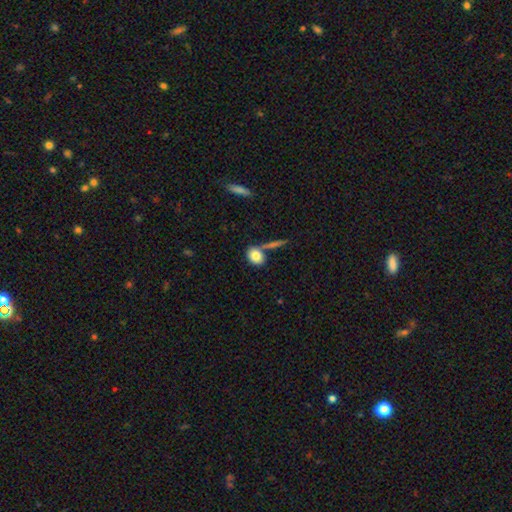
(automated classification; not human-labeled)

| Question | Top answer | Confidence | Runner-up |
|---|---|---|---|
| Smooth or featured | smooth | 82% | featured or disk (10%) |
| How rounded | in between | 61% | round (35%) |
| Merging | none | 61% | merger (21%) |